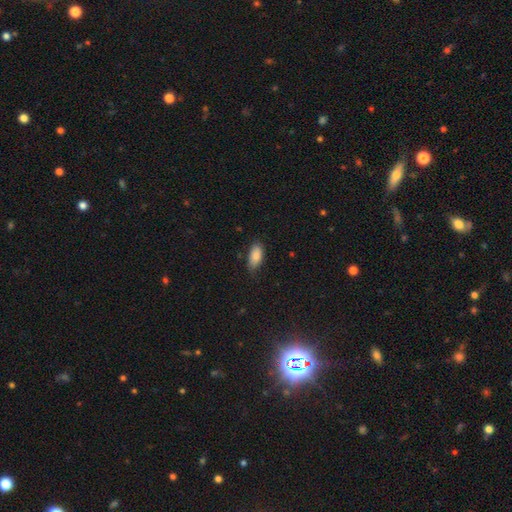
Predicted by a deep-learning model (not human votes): This appears to be a smooth galaxy with no disk features (86%) that is in between round and cigar-shaped (90%). Merging: none (76%).